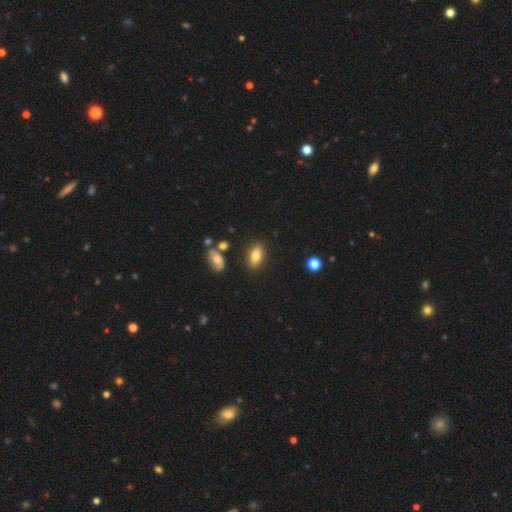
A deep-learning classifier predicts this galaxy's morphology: The model was most divided on "smooth or featured": smooth: 81%, featured or disk: 11%, star or artifact: 8%. More confident: how rounded — in between (86%); merging — none (84%).